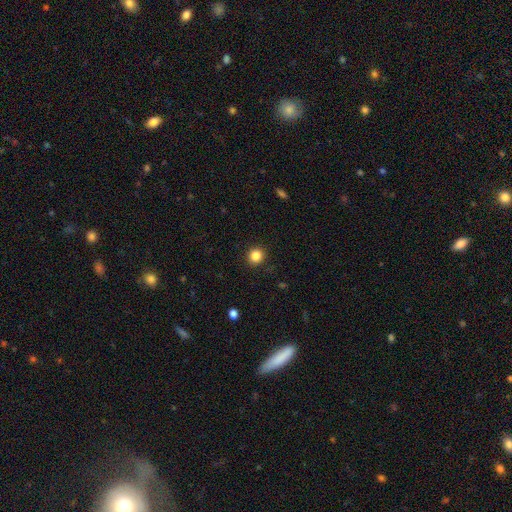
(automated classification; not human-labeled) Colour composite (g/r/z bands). It shows a smooth galaxy with no disk features (85%) that is round (92%). Merging: none (91%).